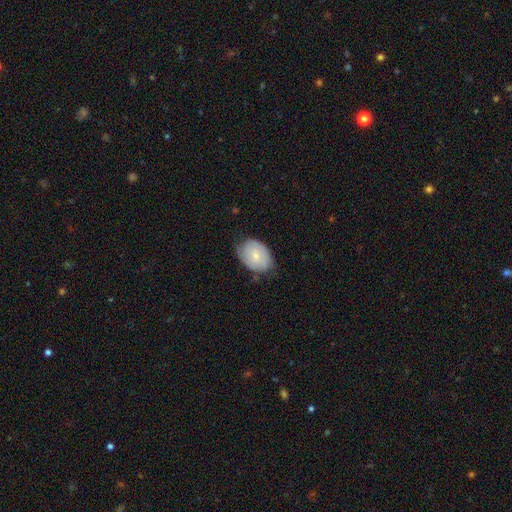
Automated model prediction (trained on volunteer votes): smooth 54%, featured or disk 39%, star or artifact 6%. Down the decision tree: how rounded — in between (78%); merging — none (65%).